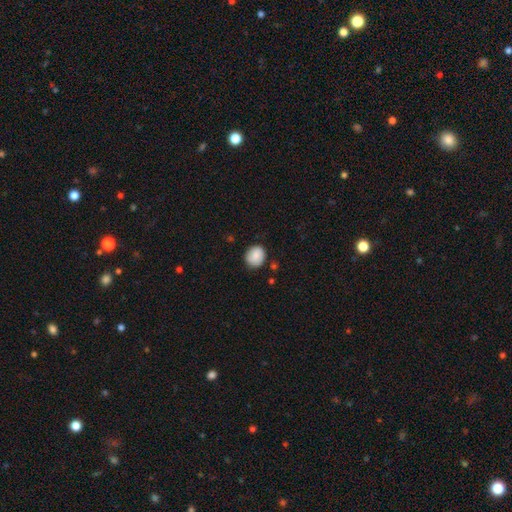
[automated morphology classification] Q: Smooth or featured?
A: smooth (86%); runner-up: star or artifact (7%)
Q: How rounded?
A: round (71%); runner-up: in between (28%)
Q: Merging?
A: none (80%); runner-up: minor disturbance (15%)